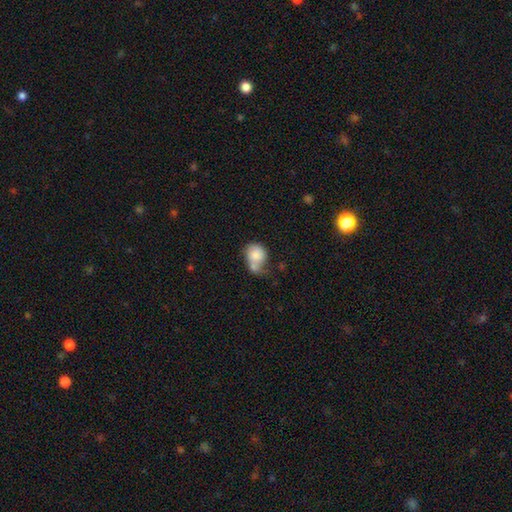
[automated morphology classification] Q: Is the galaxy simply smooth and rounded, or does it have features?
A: smooth — 79%.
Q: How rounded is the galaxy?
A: round — 59%.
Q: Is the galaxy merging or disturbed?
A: merger — 43%.